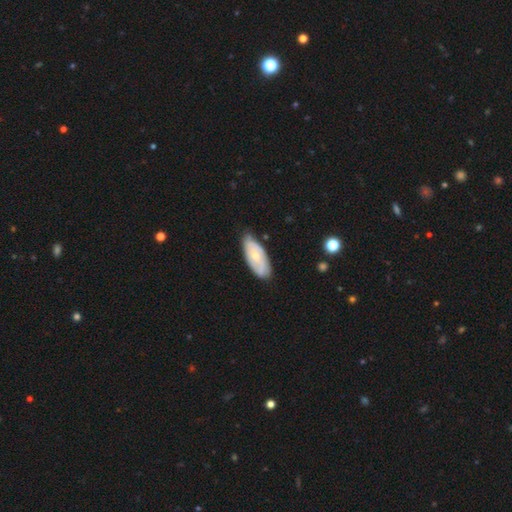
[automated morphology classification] Q: Smooth or featured?
A: featured or disk (48%); runner-up: smooth (46%)
Q: Merging?
A: none (72%); runner-up: minor disturbance (23%)